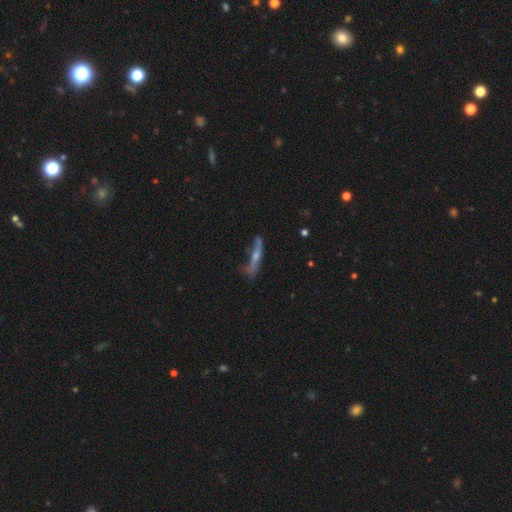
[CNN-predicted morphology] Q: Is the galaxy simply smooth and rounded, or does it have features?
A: featured or disk — 56%.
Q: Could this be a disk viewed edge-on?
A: yes — 80%.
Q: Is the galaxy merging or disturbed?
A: none — 53%.